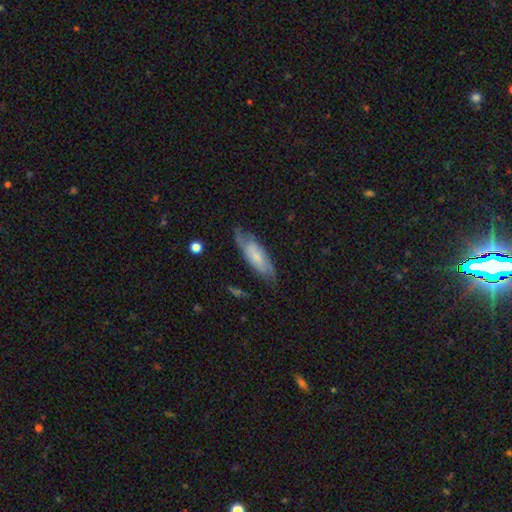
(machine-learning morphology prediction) type=featured or disk (50%); edge-on=no (79%); merging=none (65%).